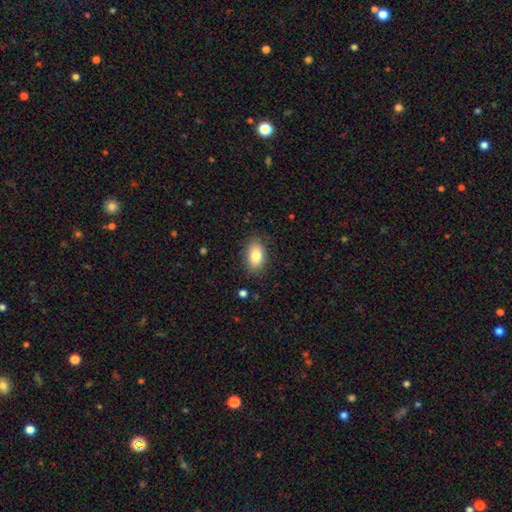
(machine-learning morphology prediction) Smooth or featured: smooth — 82% (featured or disk — 10%)
How rounded: in between — 90% (round — 7%)
Merging: none — 85% (minor disturbance — 11%)